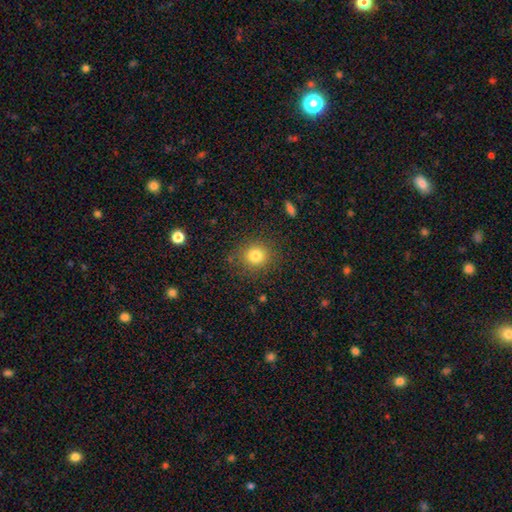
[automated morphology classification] A smooth galaxy with no disk features (81%) that is round (84%).

Vote fractions:
- Smooth or featured? smooth: 81% / star or artifact: 12% / featured or disk: 7%
- How rounded? round: 84% / in between: 15% / cigar-shaped: 1%
- Merging? none: 85% / minor disturbance: 10% / major disturbance: 4% / merger: 1%